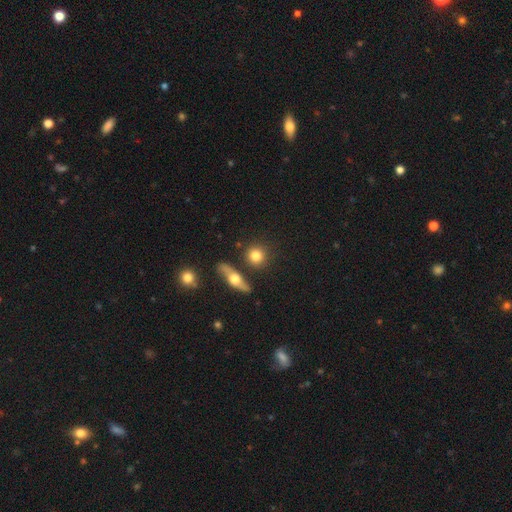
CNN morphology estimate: Q: Smooth or featured?
A: smooth (78%); runner-up: featured or disk (13%)
Q: How rounded?
A: round (88%); runner-up: in between (9%)
Q: Merging?
A: none (82%); runner-up: minor disturbance (8%)